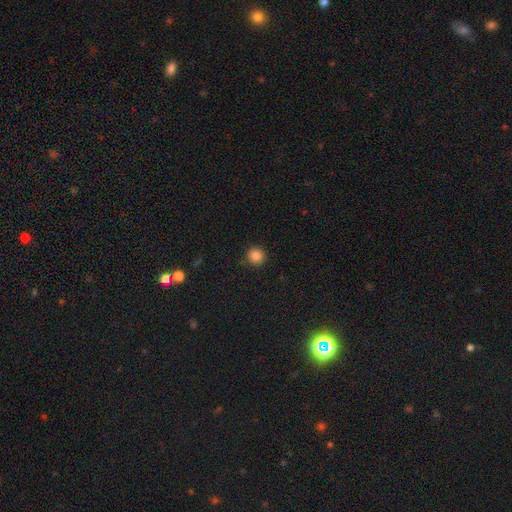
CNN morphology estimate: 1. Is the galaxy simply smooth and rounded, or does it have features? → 85% smooth, 11% star or artifact, 4% featured or disk.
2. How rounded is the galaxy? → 95% round, 4% in between, 1% cigar-shaped.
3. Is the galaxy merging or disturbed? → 89% none, 7% minor disturbance, 2% major disturbance, 1% merger.